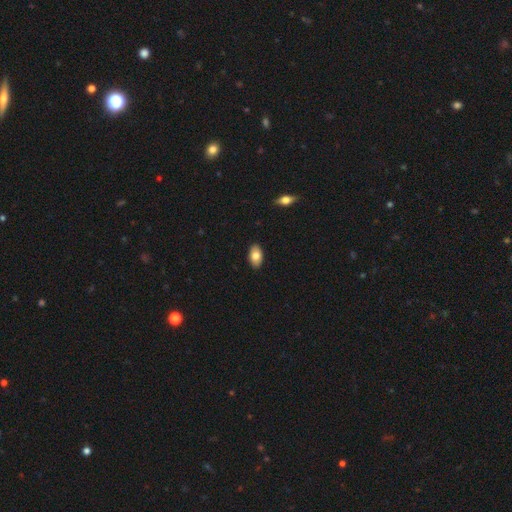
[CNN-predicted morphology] smooth-or-featured: smooth: 80% | featured or disk: 14% | star or artifact: 7%
  how-rounded: in between: 94% | round: 5% | cigar-shaped: 2%
  merging: none: 89% | minor disturbance: 8% | major disturbance: 2% | merger: 1%